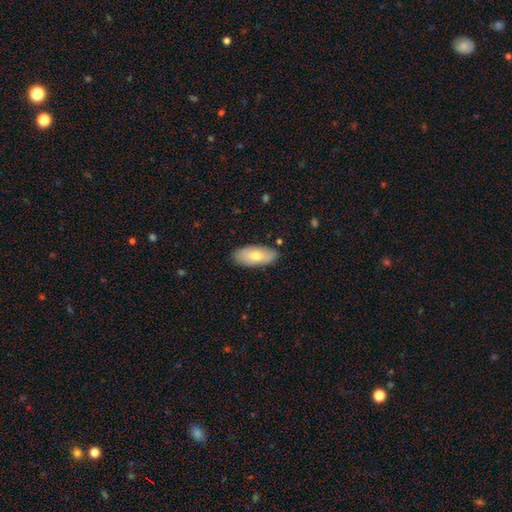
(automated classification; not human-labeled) This is likely a smooth galaxy (70%). How rounded: clearly in between (87%). Merging: clearly none (84%).